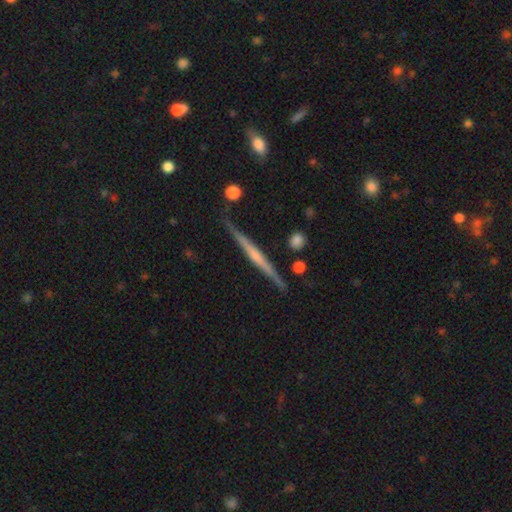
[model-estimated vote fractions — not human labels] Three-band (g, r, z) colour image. It shows a featured or disk galaxy (67%) viewed edge-on (97%) with no central bulge (54%). Merging: none (84%).